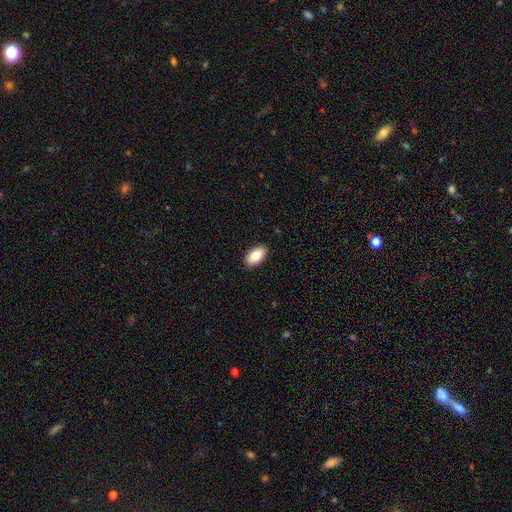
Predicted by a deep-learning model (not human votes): smooth_or_featured: smooth (p=0.85) [alt: featured or disk p=0.08]
how_rounded: in between (p=0.95) [alt: round p=0.03]
merging: none (p=0.89) [alt: minor disturbance p=0.08]